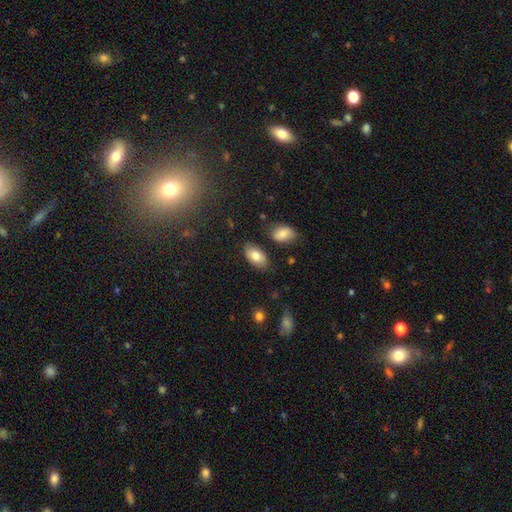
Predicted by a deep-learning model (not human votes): smooth 80%, featured or disk 12%, star or artifact 8%. Down the decision tree: how rounded — in between (94%); merging — none (81%).